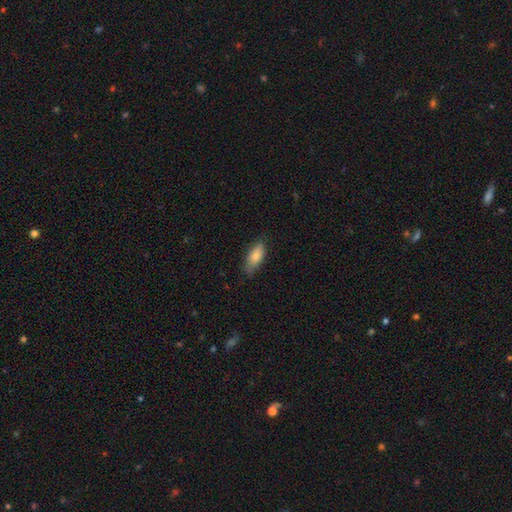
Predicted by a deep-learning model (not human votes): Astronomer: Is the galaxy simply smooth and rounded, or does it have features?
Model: smooth — 80%.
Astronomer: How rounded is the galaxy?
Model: in between — 83%.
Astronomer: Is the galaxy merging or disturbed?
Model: none — 73%.